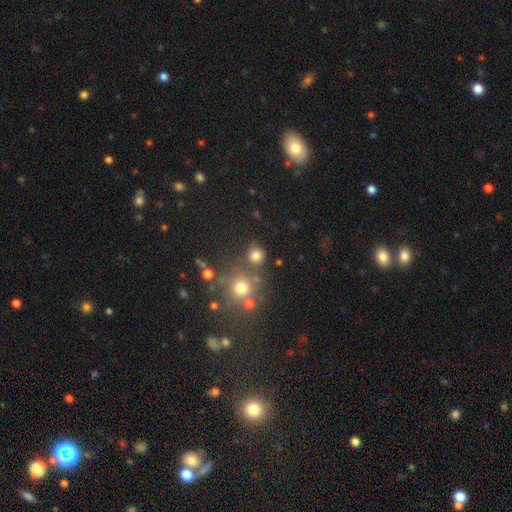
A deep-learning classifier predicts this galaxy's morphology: smooth_or_featured: smooth (p=0.78) [alt: star or artifact p=0.15]
how_rounded: round (p=0.88) [alt: in between p=0.11]
merging: none (p=0.71) [alt: merger p=0.13]